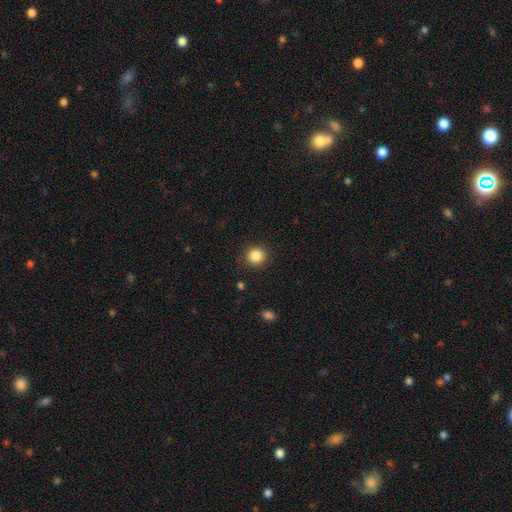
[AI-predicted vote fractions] Morphology: type=smooth (86%); roundness=round (92%); merging=none (89%).